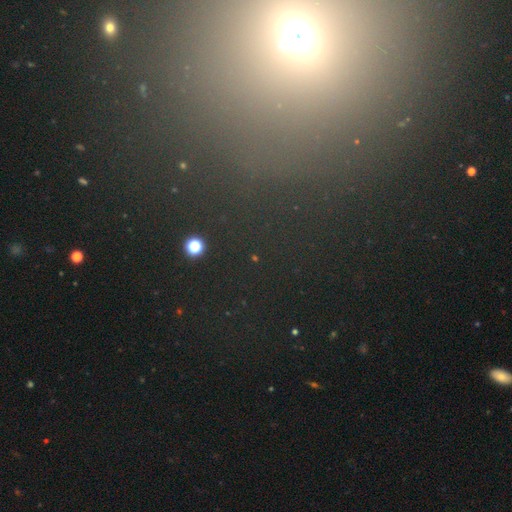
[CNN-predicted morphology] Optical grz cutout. It shows a star or artifact, not a galaxy (67%).